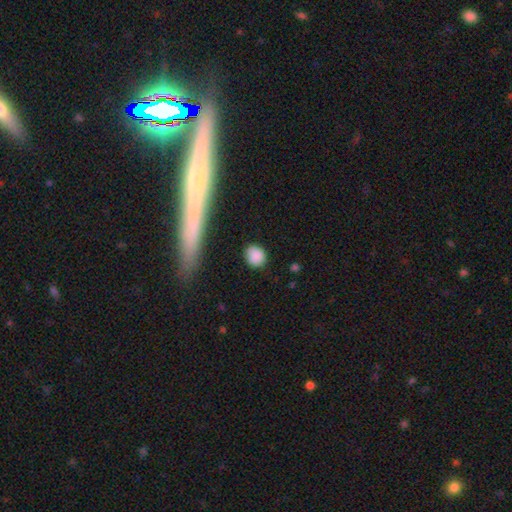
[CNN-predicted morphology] Overall: smooth (86%). How rounded: round (71%). Merging: none (81%).